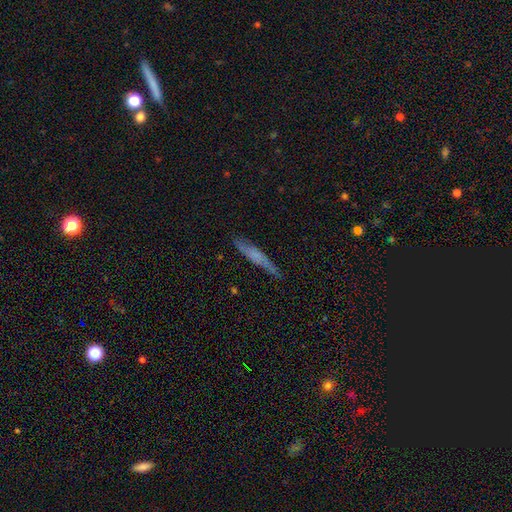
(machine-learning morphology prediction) The model was most divided on "smooth or featured": featured or disk: 47%, smooth: 45%, star or artifact: 8%. More confident: merging — none (74%).